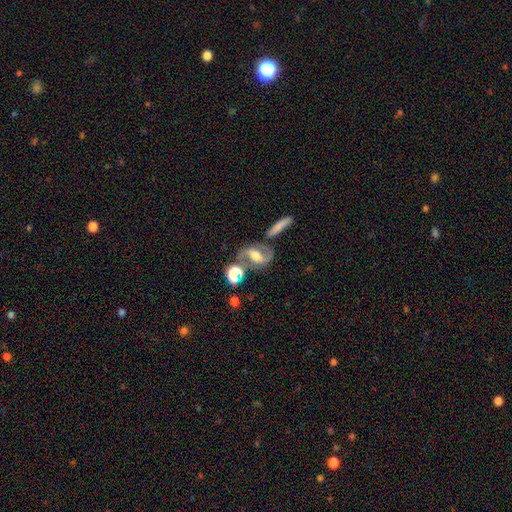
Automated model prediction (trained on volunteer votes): Smooth or featured? Predicted: featured or disk (p=0.74). Edge-on disk? Predicted: no (p=0.93). Bar? Predicted: weak (p=0.39). Spiral arms? Predicted: yes (p=0.91). Spiral winding? Predicted: medium (p=0.50). Spiral arm count? Predicted: 2 (p=0.90). Bulge size? Predicted: moderate (p=0.63). Merging? Predicted: none (p=0.62).